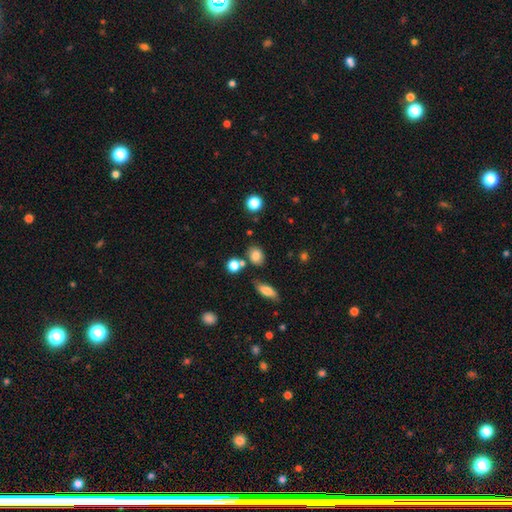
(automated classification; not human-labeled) A smooth galaxy with no disk features (81%) that is in between round and cigar-shaped (53%).

Vote fractions:
- Smooth or featured? smooth: 81% / star or artifact: 12% / featured or disk: 7%
- How rounded? in between: 53% / round: 45% / cigar-shaped: 2%
- Merging? none: 71% / minor disturbance: 13% / merger: 11% / major disturbance: 4%